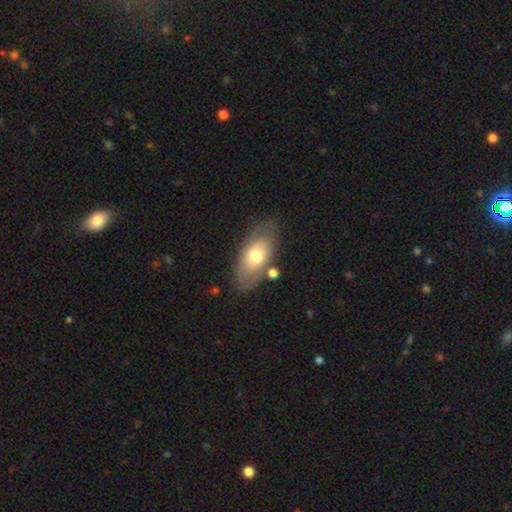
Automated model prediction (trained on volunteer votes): smooth_or_featured: smooth (p=0.64) [alt: featured or disk p=0.30]
how_rounded: in between (p=0.88) [alt: cigar-shaped p=0.07]
merging: none (p=0.71) [alt: minor disturbance p=0.16]